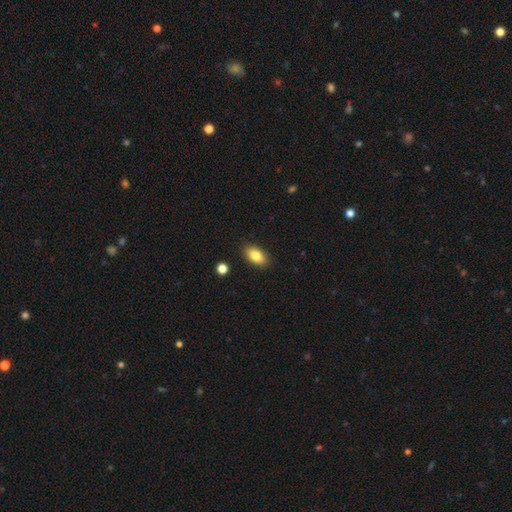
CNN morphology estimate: The model was most divided on "smooth or featured": smooth: 83%, featured or disk: 9%, star or artifact: 8%. More confident: how rounded — in between (91%); merging — none (88%).